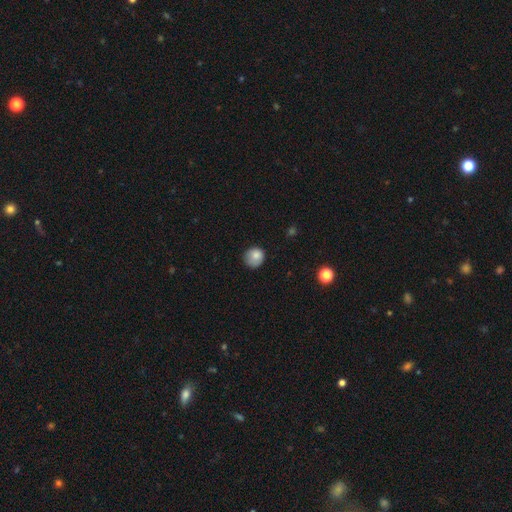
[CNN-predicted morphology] This appears to be a smooth galaxy with no disk features (81%) that is round (85%). Merging: none (68%).